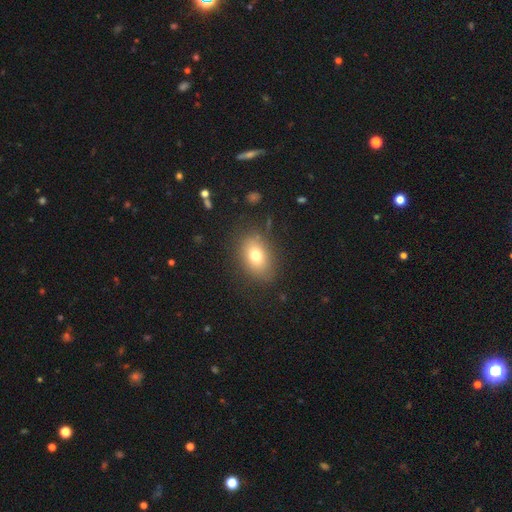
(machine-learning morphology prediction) This is likely a smooth galaxy (74%). How rounded: likely in between (73%). Merging: clearly none (82%).